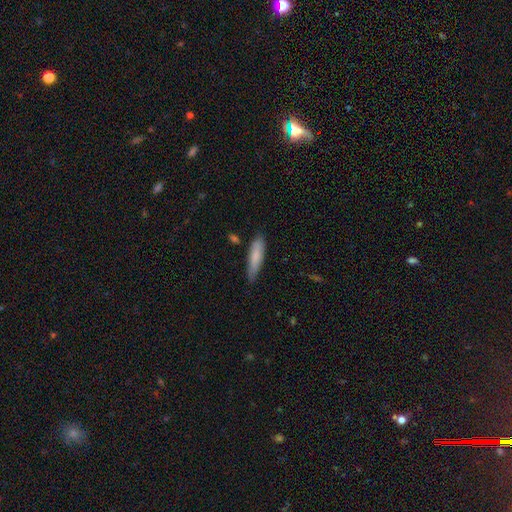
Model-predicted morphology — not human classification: Smooth or featured: smooth — 79% (featured or disk — 15%)
How rounded: cigar-shaped — 74% (in between — 24%)
Merging: none — 76% (minor disturbance — 19%)